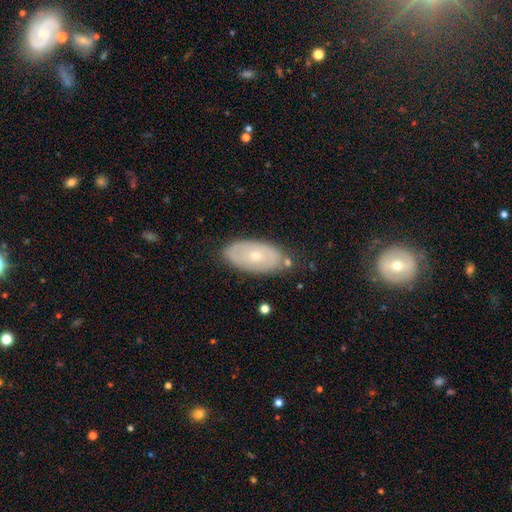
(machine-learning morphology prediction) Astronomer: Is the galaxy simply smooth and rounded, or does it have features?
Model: smooth — 47% (runner-up: featured or disk, 46%).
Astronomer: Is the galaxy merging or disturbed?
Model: none — 77%.